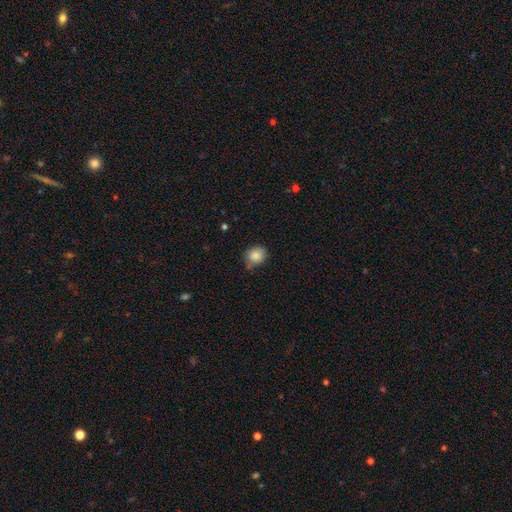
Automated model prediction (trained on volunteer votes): smooth_or_featured: smooth (p=0.87) [alt: star or artifact p=0.09]
how_rounded: round (p=0.71) [alt: in between p=0.28]
merging: none (p=0.72) [alt: minor disturbance p=0.20]